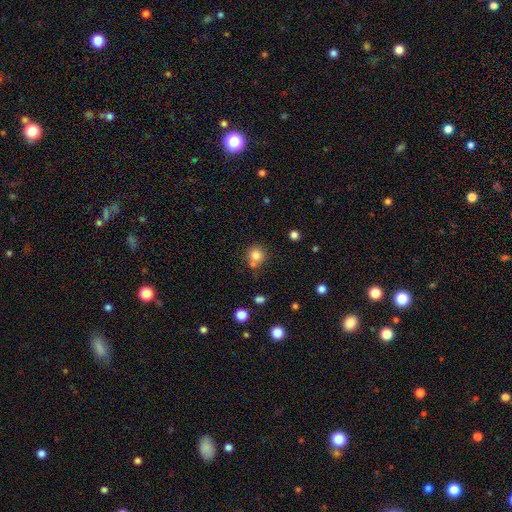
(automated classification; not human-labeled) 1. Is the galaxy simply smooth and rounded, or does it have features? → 81% smooth, 12% star or artifact, 7% featured or disk.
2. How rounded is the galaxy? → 90% round, 9% in between, 1% cigar-shaped.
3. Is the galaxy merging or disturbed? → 66% none, 20% merger, 11% minor disturbance, 4% major disturbance.